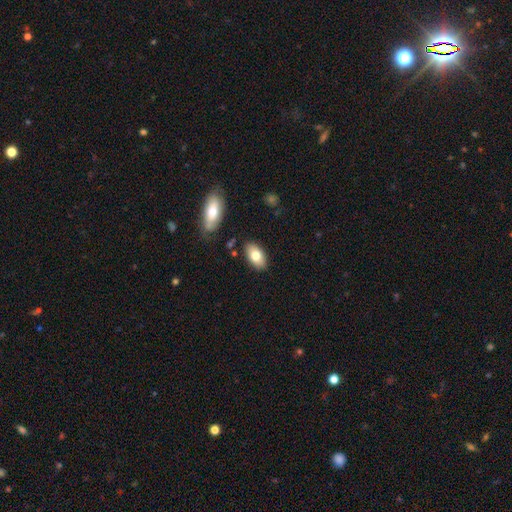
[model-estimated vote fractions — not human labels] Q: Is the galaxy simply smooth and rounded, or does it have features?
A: smooth — 76%.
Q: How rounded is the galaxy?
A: in between — 93%.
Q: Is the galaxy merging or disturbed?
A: none — 84%.